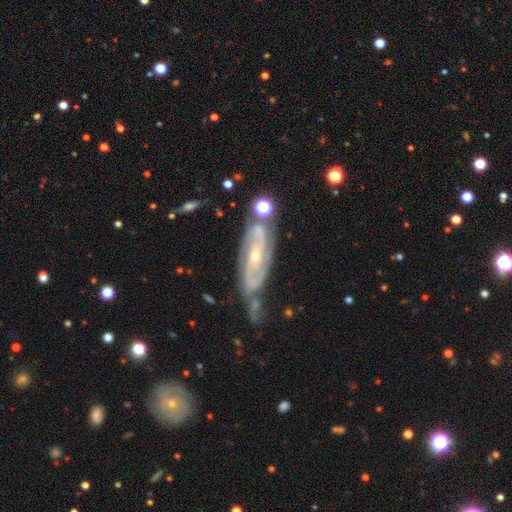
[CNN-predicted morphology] type=featured or disk (89%); edge-on=no (92%); bar=no (40%); spiral arms=yes (97%); winding=tight (49%); arm count=2 (79%); bulge=small (61%); merging=none (58%).